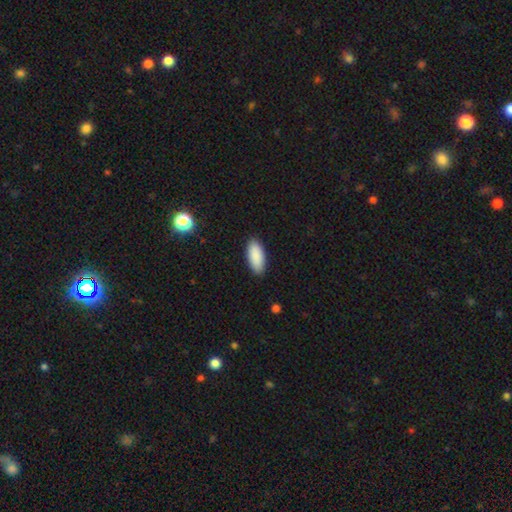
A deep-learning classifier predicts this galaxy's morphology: type=smooth (90%); roundness=in between (87%); merging=none (89%).